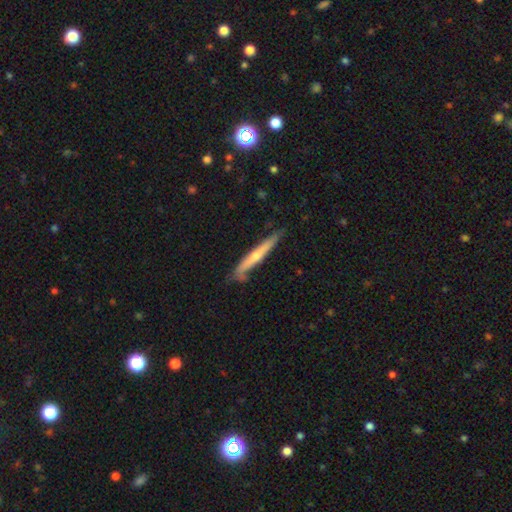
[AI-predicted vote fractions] Q: Smooth or featured?
A: featured or disk (51%); runner-up: smooth (44%)
Q: Edge-on disk?
A: yes (93%); runner-up: no (7%)
Q: Merging?
A: none (71%); runner-up: minor disturbance (22%)